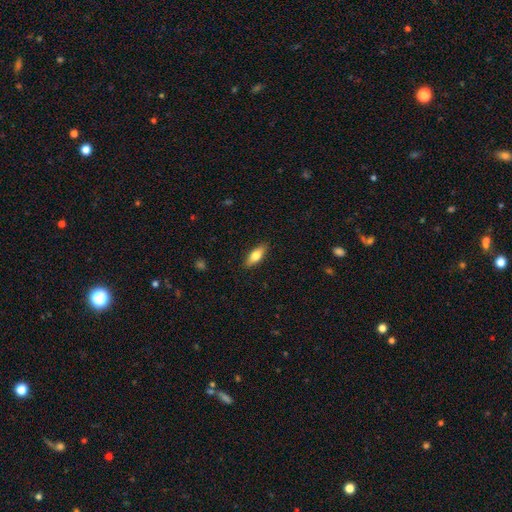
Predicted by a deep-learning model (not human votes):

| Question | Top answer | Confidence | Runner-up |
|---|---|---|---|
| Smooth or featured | smooth | 73% | featured or disk (21%) |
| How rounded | in between | 70% | cigar-shaped (27%) |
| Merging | none | 88% | minor disturbance (9%) |